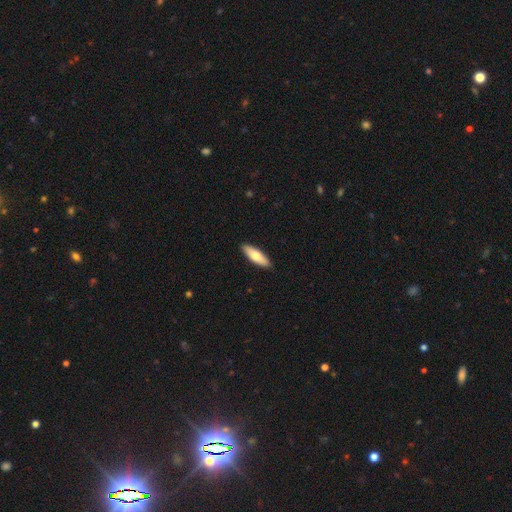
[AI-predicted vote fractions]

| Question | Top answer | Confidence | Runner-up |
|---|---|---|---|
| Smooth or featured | smooth | 68% | featured or disk (27%) |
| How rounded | cigar-shaped | 51% | in between (47%) |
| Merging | none | 90% | minor disturbance (7%) |